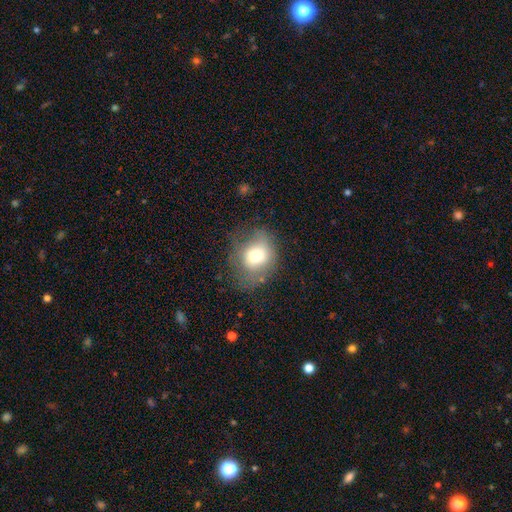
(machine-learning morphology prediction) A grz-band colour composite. It shows a smooth galaxy with no disk features (70%) that is round (61%). Merging: none (55%).